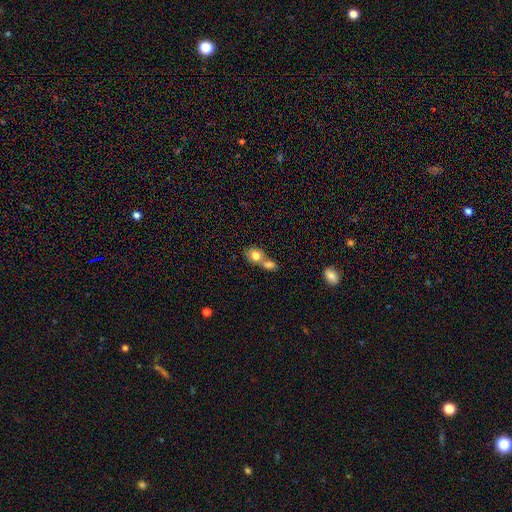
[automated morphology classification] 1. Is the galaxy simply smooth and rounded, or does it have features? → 80% smooth, 12% featured or disk, 8% star or artifact.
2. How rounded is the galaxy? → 60% round, 38% in between, 2% cigar-shaped.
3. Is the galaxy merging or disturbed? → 64% merger, 26% none, 7% minor disturbance, 3% major disturbance.